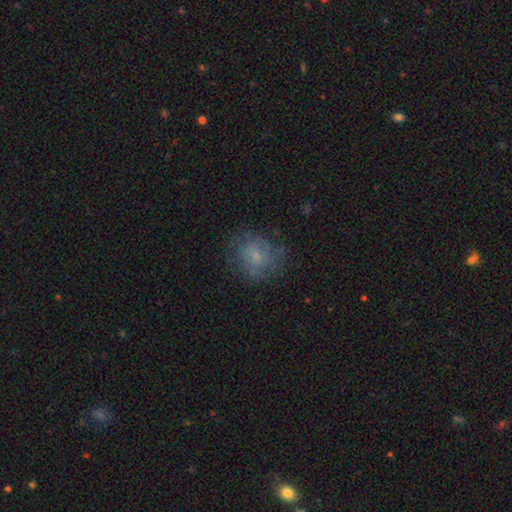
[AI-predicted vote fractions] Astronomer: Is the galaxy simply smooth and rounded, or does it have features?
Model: smooth — 63%.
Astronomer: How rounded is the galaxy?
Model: round — 72%.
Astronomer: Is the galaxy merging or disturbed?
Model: none — 66%.